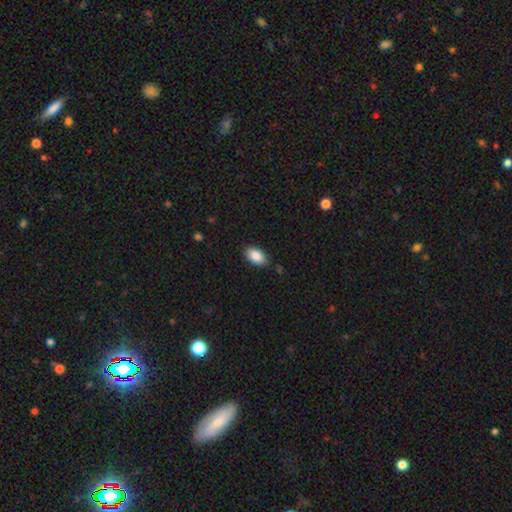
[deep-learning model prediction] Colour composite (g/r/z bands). It shows a smooth galaxy with no disk features (87%) that is in between round and cigar-shaped (94%). Merging: none (85%).